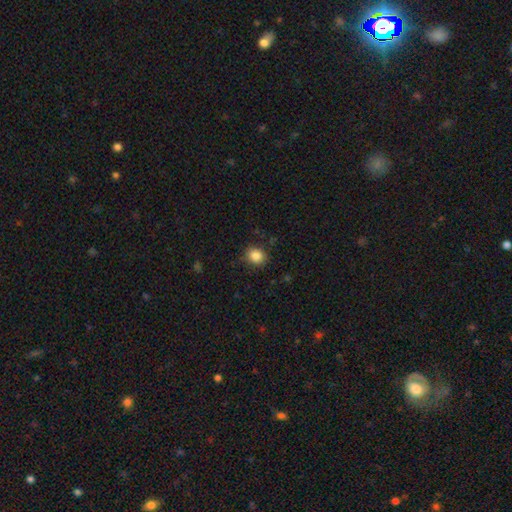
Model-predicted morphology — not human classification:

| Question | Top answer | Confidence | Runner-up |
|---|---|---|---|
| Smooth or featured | smooth | 86% | star or artifact (10%) |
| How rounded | round | 71% | in between (28%) |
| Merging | none | 84% | minor disturbance (11%) |